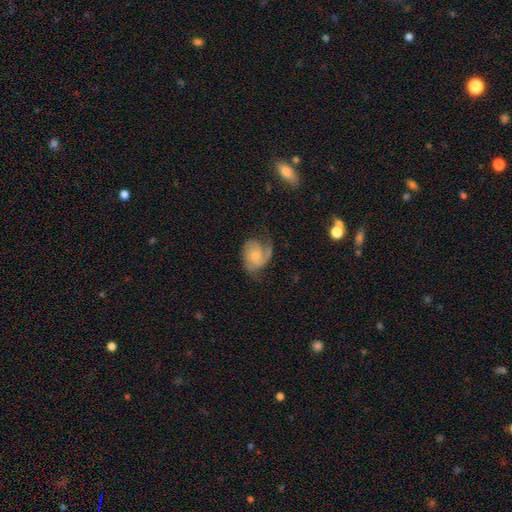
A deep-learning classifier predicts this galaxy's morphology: This is likely a featured or disk galaxy (73%). It is clearly not viewed edge-on (98%). Bar: likely no (70%). Spiral arm pattern: clearly yes (93%). Spiral arm count: possibly 2 (52%). Spiral winding: marginally medium (44%). Central bulge: possibly small (52%). Merging: possibly none (52%).